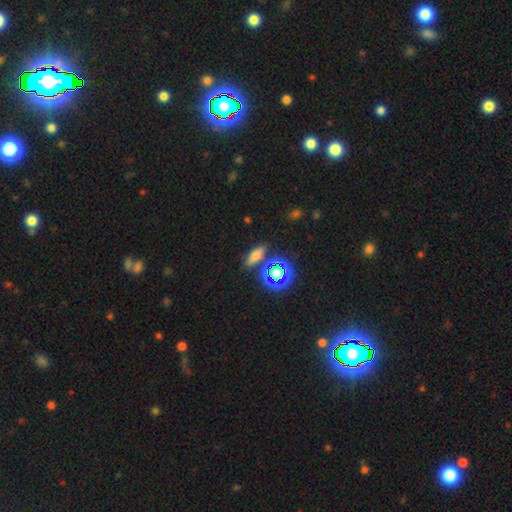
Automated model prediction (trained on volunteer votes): This appears to be a smooth galaxy with no disk features (58%) that is in between round and cigar-shaped (54%). Merging: none (78%).